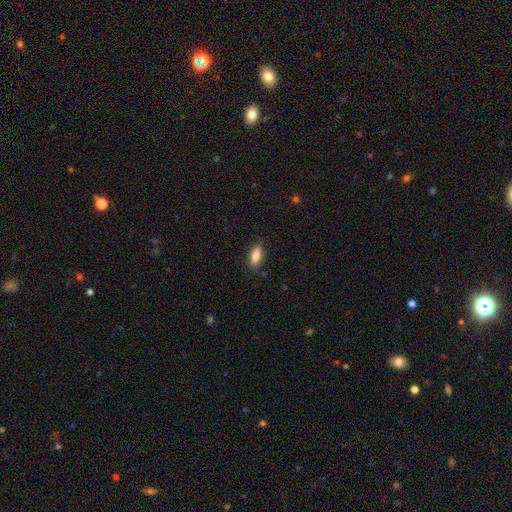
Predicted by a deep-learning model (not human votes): The model was most divided on "how rounded": in between: 78%, cigar-shaped: 19%, round: 3%. More confident: smooth or featured — smooth (85%); merging — none (85%).